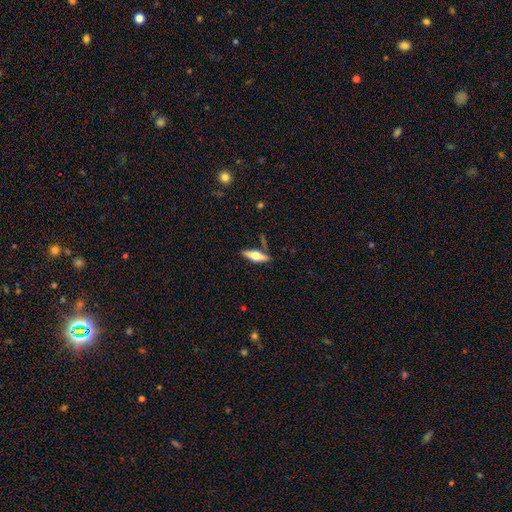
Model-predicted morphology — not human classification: The model was most divided on "smooth or featured" (2-way tie): featured or disk: 47%, smooth: 47%, star or artifact: 6%. More confident: merging — none (79%).